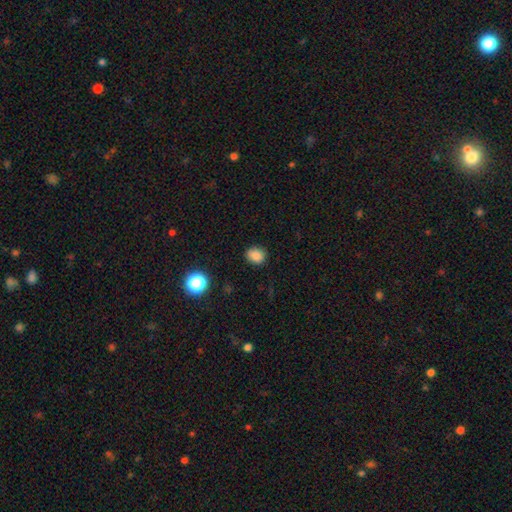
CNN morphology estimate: smooth 84%, star or artifact 12%, featured or disk 4%. Down the decision tree: how rounded — round (64%); merging — none (86%).